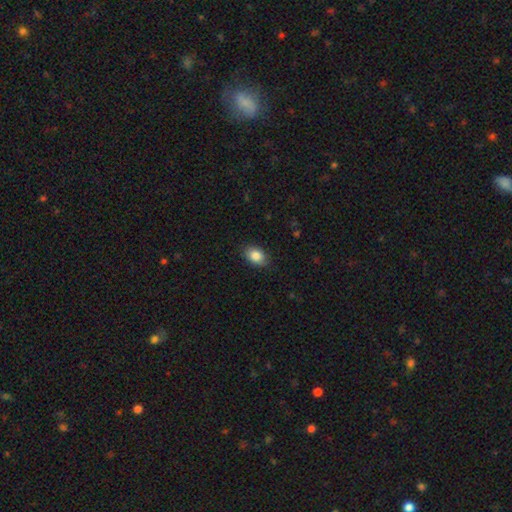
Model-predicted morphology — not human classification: Smooth or featured? Predicted: smooth (p=0.86). How rounded? Predicted: in between (p=0.82). Merging? Predicted: none (p=0.86).